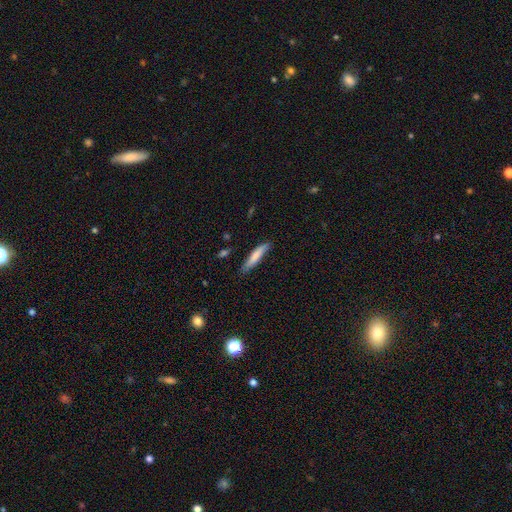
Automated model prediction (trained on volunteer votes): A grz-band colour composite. It shows a smooth galaxy with no disk features (78%) that is cigar-shaped (86%). Merging: none (77%).